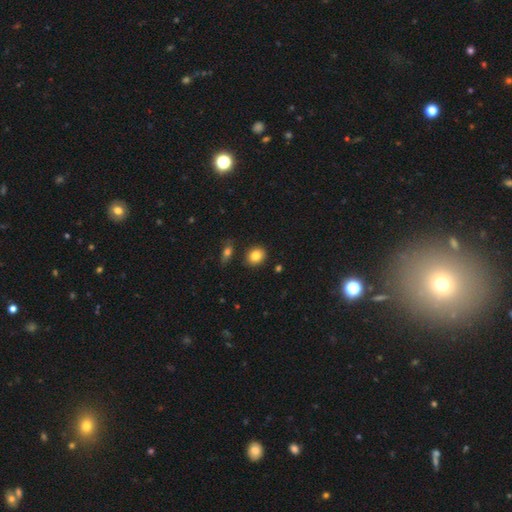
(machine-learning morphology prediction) smooth-or-featured: smooth: 83% | star or artifact: 9% | featured or disk: 8%
  how-rounded: round: 67% | in between: 32% | cigar-shaped: 1%
  merging: none: 86% | minor disturbance: 8% | merger: 4% | major disturbance: 2%